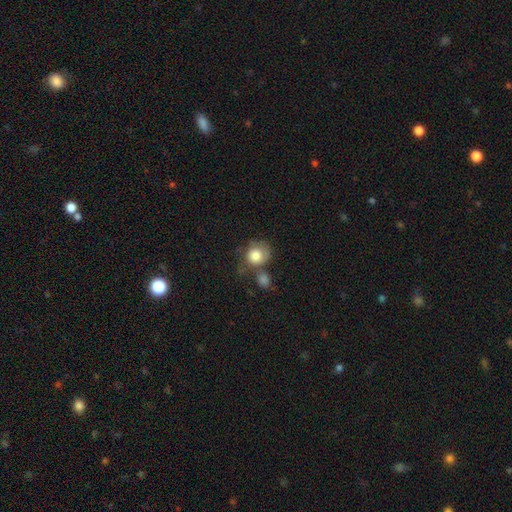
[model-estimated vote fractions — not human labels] Smooth or featured: smooth — 77% (featured or disk — 16%)
How rounded: round — 75% (in between — 24%)
Merging: none — 37% (merger — 25%)